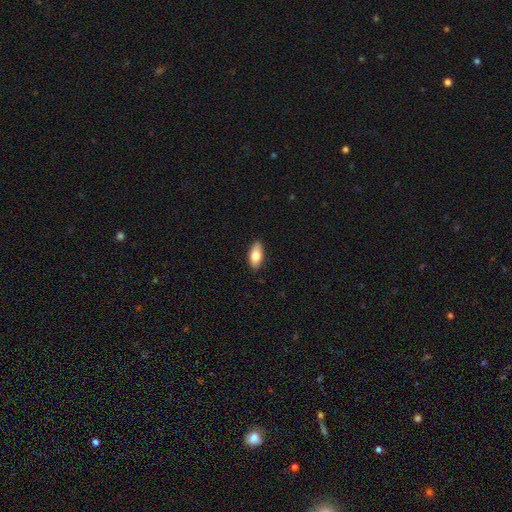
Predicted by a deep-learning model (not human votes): smooth_or_featured: smooth (p=0.79) [alt: featured or disk p=0.15]
how_rounded: in between (p=0.87) [alt: cigar-shaped p=0.10]
merging: none (p=0.88) [alt: minor disturbance p=0.09]